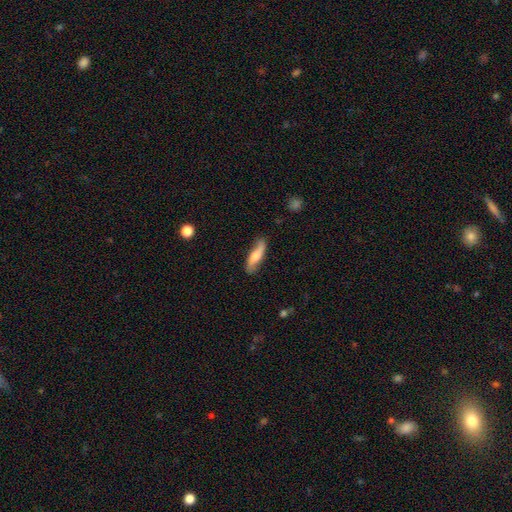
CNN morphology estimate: This is possibly a featured or disk galaxy (50%). Merging: likely none (79%).